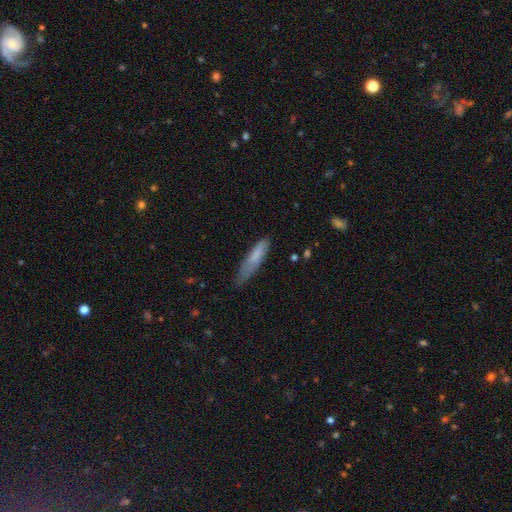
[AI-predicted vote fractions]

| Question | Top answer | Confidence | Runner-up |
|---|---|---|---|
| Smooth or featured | smooth | 78% | featured or disk (15%) |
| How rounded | cigar-shaped | 79% | in between (20%) |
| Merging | none | 52% | minor disturbance (36%) |